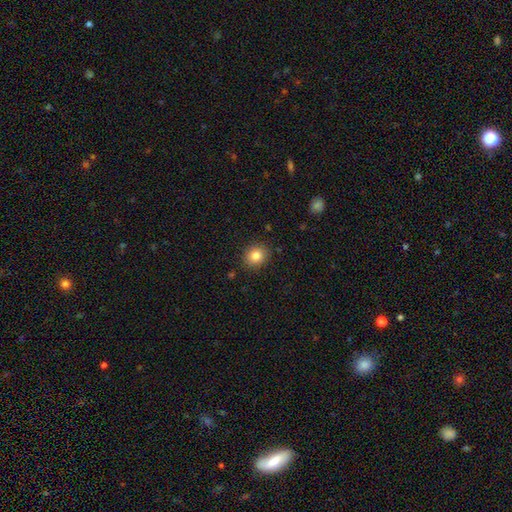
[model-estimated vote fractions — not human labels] Smooth or featured? smooth (83%)
How rounded? round (79%)
Merging? none (89%)